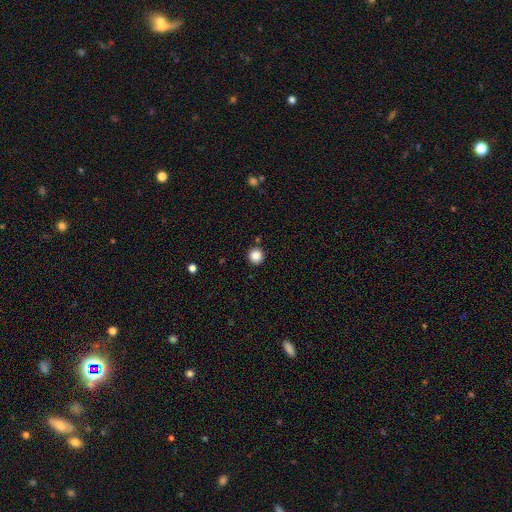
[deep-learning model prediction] Smooth or featured? smooth (86%)
How rounded? round (95%)
Merging? none (91%)